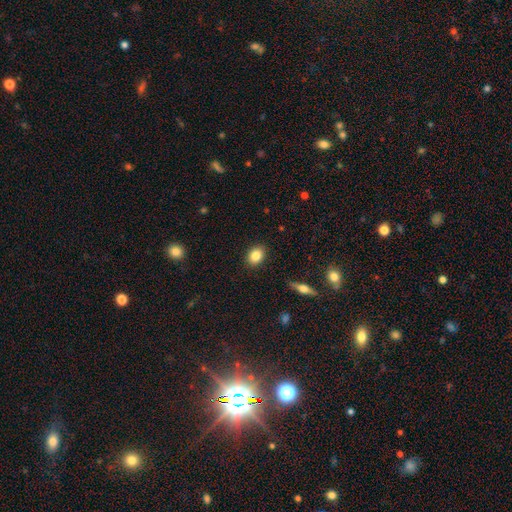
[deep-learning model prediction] Smooth or featured? Predicted: smooth (p=0.84). How rounded? Predicted: in between (p=0.64). Merging? Predicted: none (p=0.89).